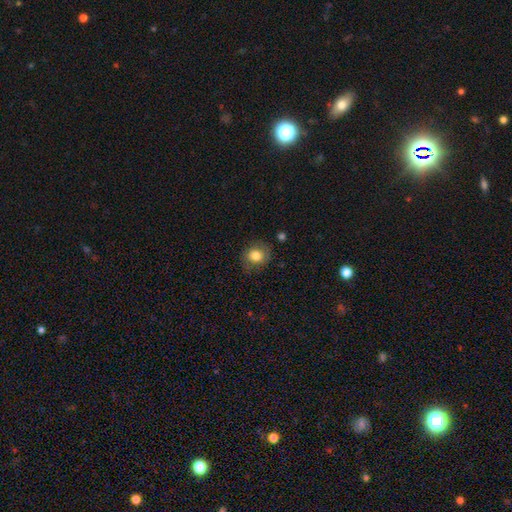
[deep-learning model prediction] A smooth galaxy with no disk features (79%) that is round (73%). Merging: none (78%).